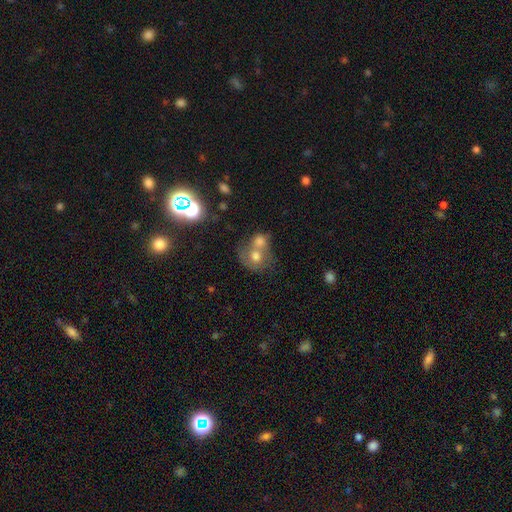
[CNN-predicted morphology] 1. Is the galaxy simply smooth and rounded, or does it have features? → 59% smooth, 28% featured or disk, 13% star or artifact.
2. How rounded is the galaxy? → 69% round, 30% in between, 1% cigar-shaped.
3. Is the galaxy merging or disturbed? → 63% merger, 24% none, 8% minor disturbance, 5% major disturbance.